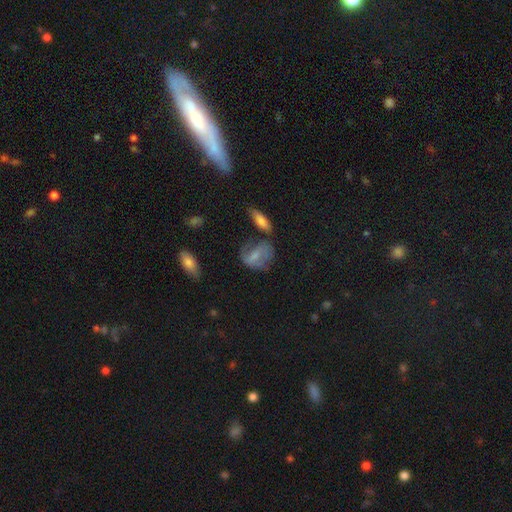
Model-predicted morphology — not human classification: smooth_or_featured: smooth (p=0.54) [alt: featured or disk p=0.36]
how_rounded: in between (p=0.68) [alt: round p=0.27]
merging: none (p=0.41) [alt: minor disturbance p=0.24]